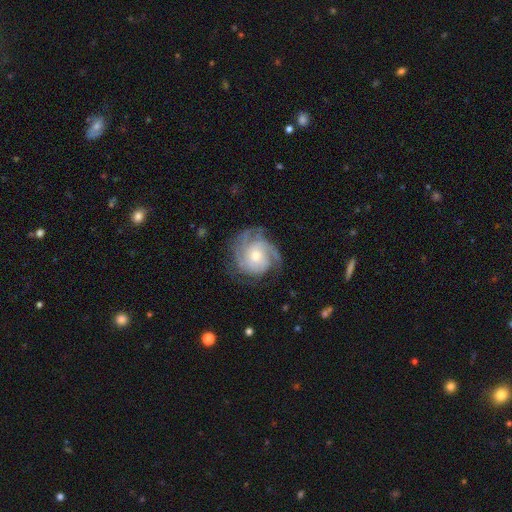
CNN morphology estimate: featured or disk 85%, smooth 9%, star or artifact 5%. Down the decision tree: edge-on disk — no (98%); bar — no (76%); spiral arms — yes (96%); spiral arm count — 3 (37%); spiral winding — tight (60%); bulge size — moderate (49%); merging — none (70%).